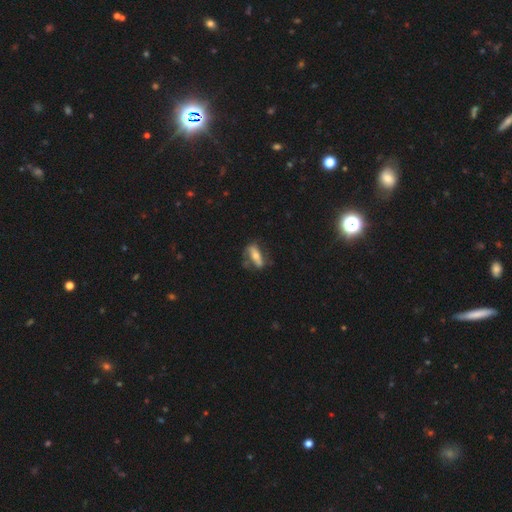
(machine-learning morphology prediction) smooth-or-featured: featured or disk: 53% | smooth: 40% | star or artifact: 7%
  disk-edge-on: no: 66% | yes: 34%
  merging: none: 58% | minor disturbance: 24% | major disturbance: 15% | merger: 3%